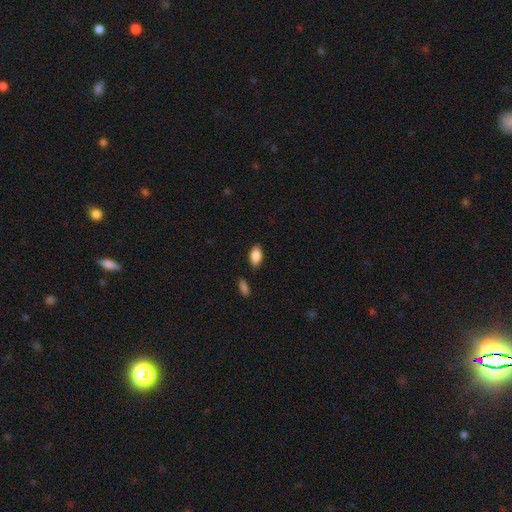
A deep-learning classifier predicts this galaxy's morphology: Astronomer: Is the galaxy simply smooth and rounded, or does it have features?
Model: smooth — 87%.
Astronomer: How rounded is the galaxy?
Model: in between — 92%.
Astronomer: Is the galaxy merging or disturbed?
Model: none — 84%.